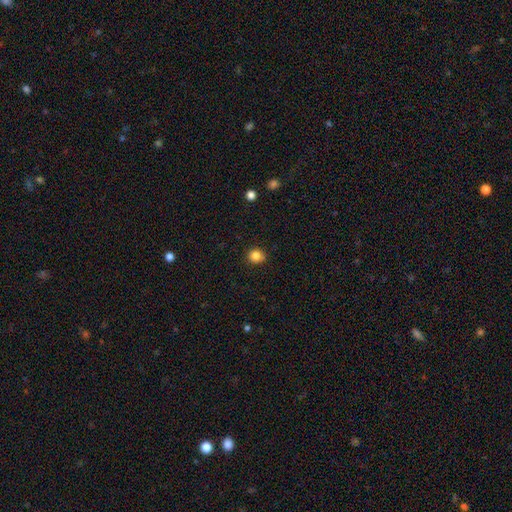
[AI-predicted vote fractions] This is clearly a smooth galaxy (84%). How rounded: clearly round (82%). Merging: clearly none (88%).